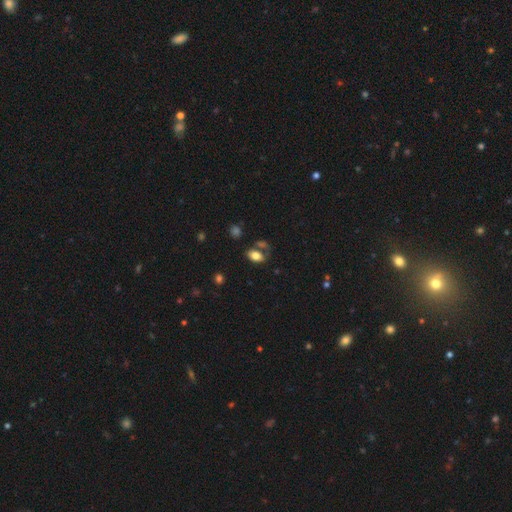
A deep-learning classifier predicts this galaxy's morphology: smooth-or-featured: smooth: 79% | featured or disk: 11% | star or artifact: 10%
  how-rounded: in between: 90% | round: 8% | cigar-shaped: 3%
  merging: none: 62% | merger: 17% | minor disturbance: 15% | major disturbance: 6%